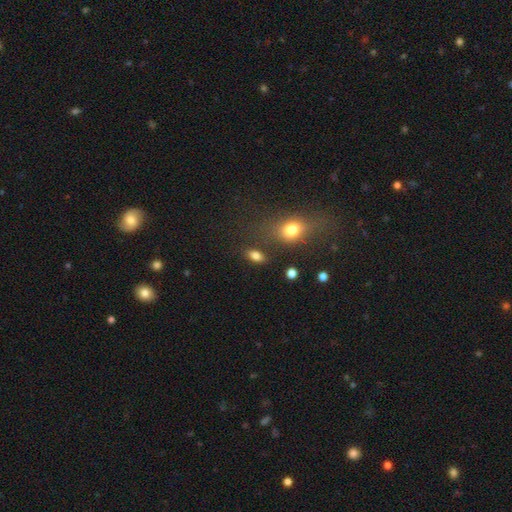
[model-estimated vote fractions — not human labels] The model was most divided on "merging": none: 76%, minor disturbance: 13%, merger: 6%, major disturbance: 5%. More confident: how rounded — in between (85%); smooth or featured — smooth (81%).